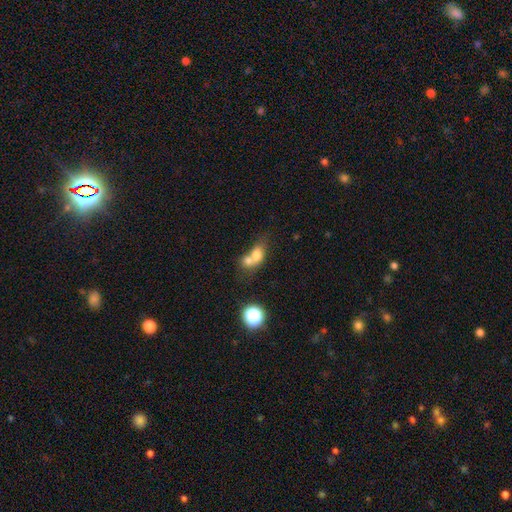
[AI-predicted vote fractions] The model was most divided on "how rounded": in between: 55%, round: 42%, cigar-shaped: 3%. More confident: smooth or featured — smooth (70%); merging — merger (68%).